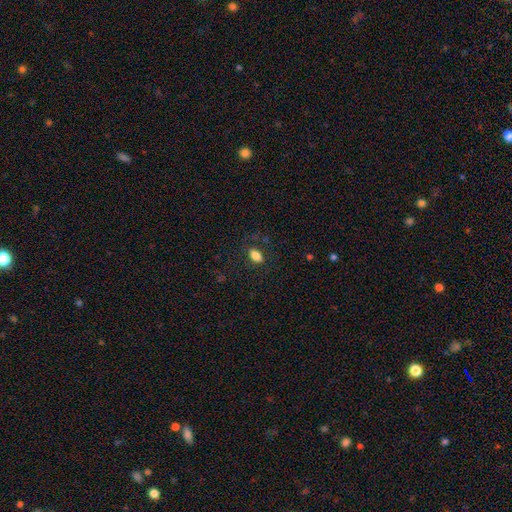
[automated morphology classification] Smooth or featured? Predicted: smooth (p=0.83). How rounded? Predicted: in between (p=0.88). Merging? Predicted: none (p=0.83).